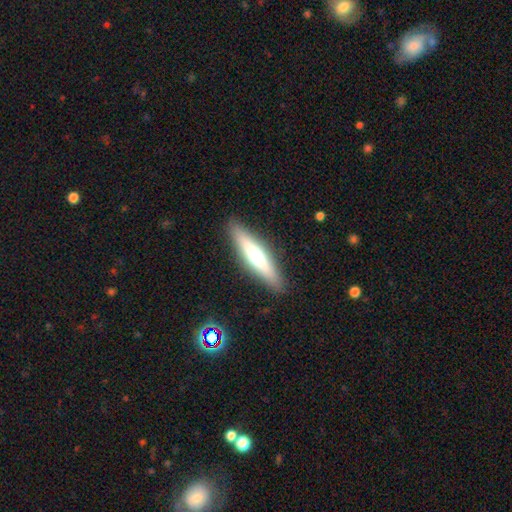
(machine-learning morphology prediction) Smooth or featured?
  - smooth: 47% * (tied)
  - featured or disk: 47% * (tied)
  - star or artifact: 6%
Merging?
  - none: 89% *
  - minor disturbance: 8%
  - major disturbance: 2%
  - merger: 1%